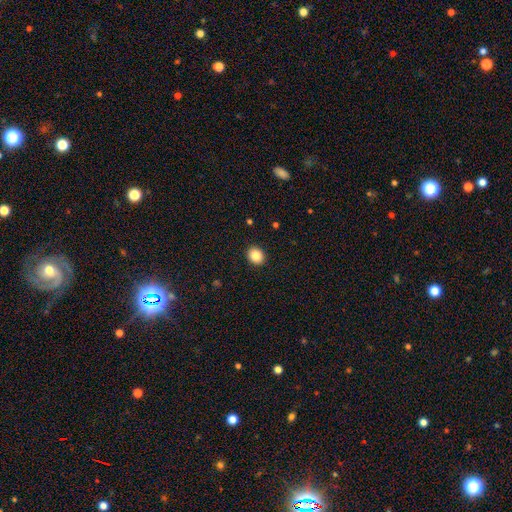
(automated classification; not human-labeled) Smooth or featured: smooth — 85% (star or artifact — 9%)
How rounded: round — 63% (in between — 37%)
Merging: none — 92% (minor disturbance — 6%)